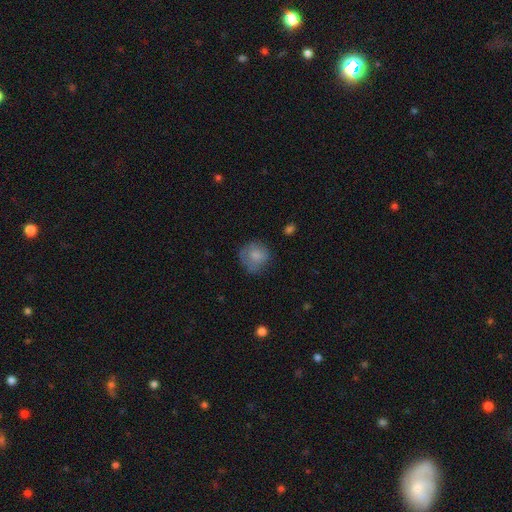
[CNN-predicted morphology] A smooth galaxy with no disk features (78%) that is round (85%).

Vote fractions:
- Smooth or featured? smooth: 78% / featured or disk: 13% / star or artifact: 9%
- How rounded? round: 85% / in between: 14% / cigar-shaped: 1%
- Merging? none: 64% / minor disturbance: 24% / major disturbance: 10% / merger: 2%